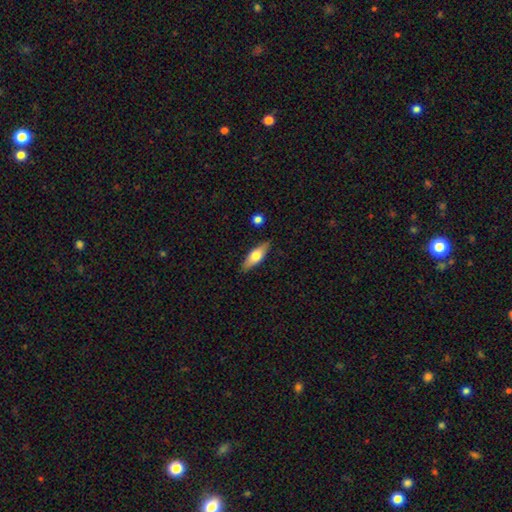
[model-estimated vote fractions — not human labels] Morphology: type=smooth (52%); roundness=in between (58%); merging=none (85%).